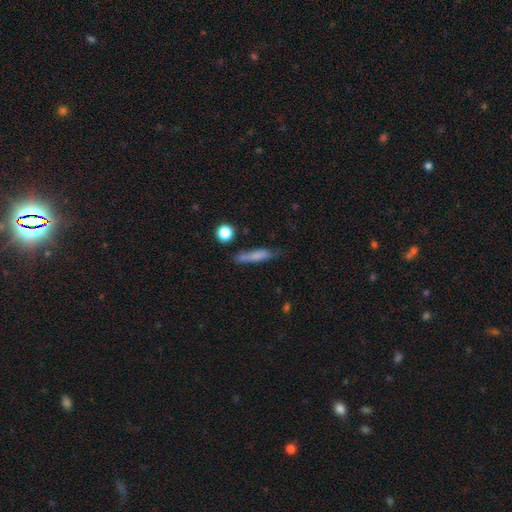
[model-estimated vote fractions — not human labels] The model was most divided on "merging": none: 65%, minor disturbance: 23%, major disturbance: 6%, merger: 6%. More confident: how rounded — cigar-shaped (83%); smooth or featured — smooth (71%).